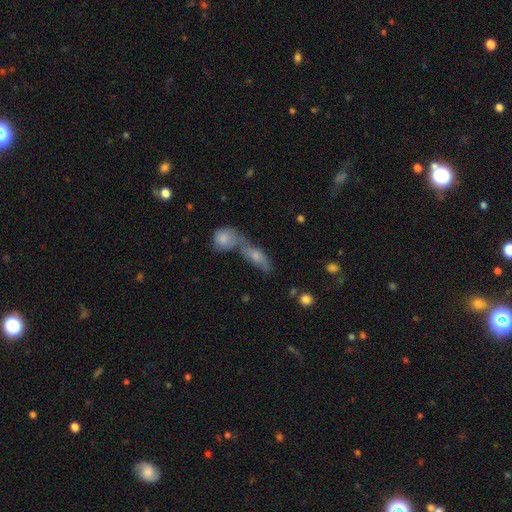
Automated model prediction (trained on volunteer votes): Smooth or featured: smooth — 64% (featured or disk — 26%)
How rounded: in between — 60% (cigar-shaped — 31%)
Merging: merger — 60% (none — 25%)